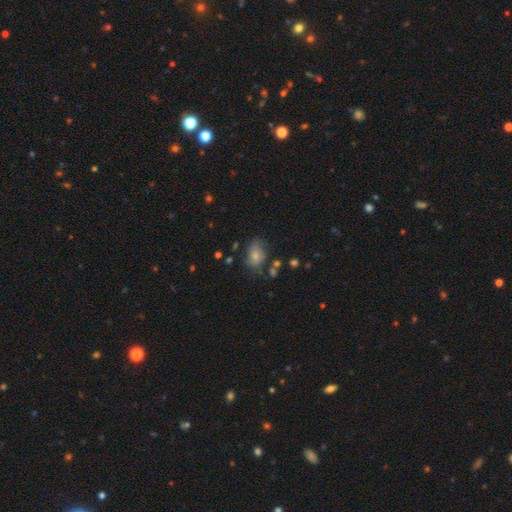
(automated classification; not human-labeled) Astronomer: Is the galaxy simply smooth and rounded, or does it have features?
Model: smooth — 74%.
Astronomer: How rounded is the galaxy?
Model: in between — 79%.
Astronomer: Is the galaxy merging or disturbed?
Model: none — 57%.